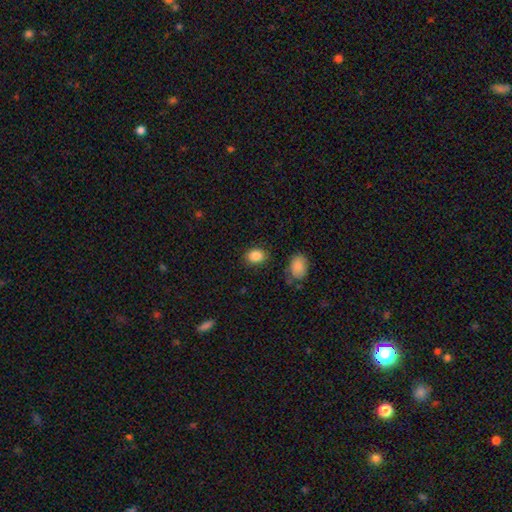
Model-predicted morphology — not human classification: The model was most divided on "how rounded": in between: 64%, round: 35%, cigar-shaped: 1%. More confident: smooth or featured — smooth (86%); merging — none (83%).